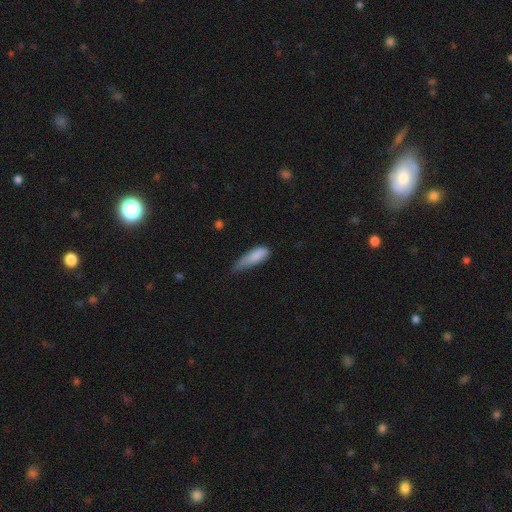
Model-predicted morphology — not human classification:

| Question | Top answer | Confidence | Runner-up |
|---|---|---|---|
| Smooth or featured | smooth | 83% | featured or disk (10%) |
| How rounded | in between | 55% | cigar-shaped (43%) |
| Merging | minor disturbance | 51% | none (27%) |